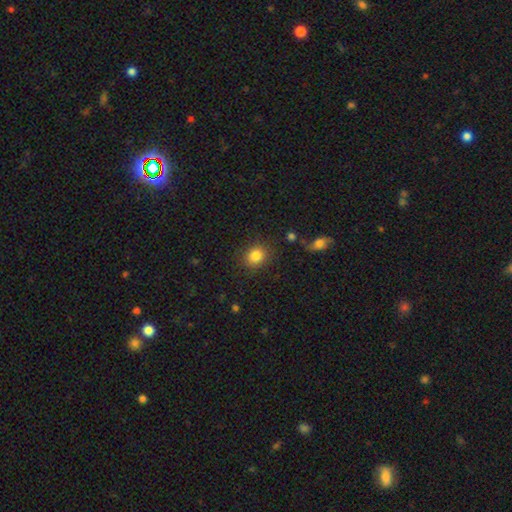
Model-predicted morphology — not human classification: This is clearly a smooth galaxy (84%). How rounded: likely round (70%). Merging: clearly none (84%).